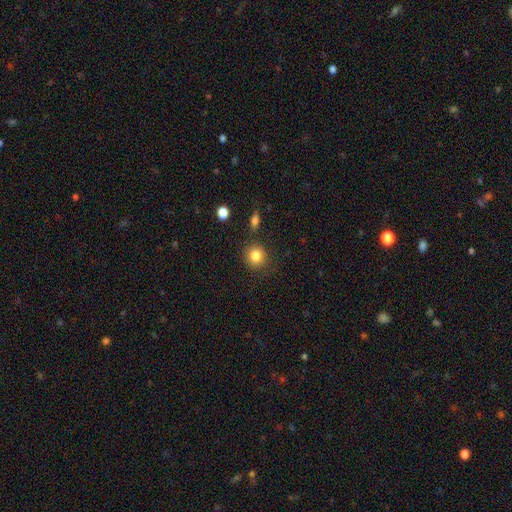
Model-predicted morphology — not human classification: Smooth or featured: smooth — 84% (star or artifact — 10%)
How rounded: round — 88% (in between — 11%)
Merging: none — 84% (minor disturbance — 9%)